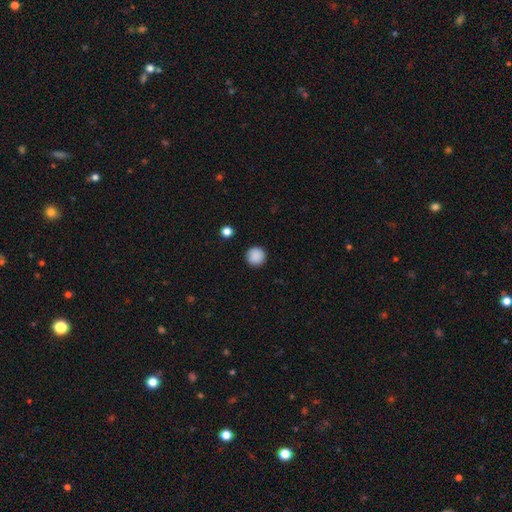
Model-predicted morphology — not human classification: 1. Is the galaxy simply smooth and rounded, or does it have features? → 89% smooth, 9% star or artifact, 2% featured or disk.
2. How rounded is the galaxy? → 96% round, 3% in between, 1% cigar-shaped.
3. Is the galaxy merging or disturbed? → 92% none, 5% minor disturbance, 2% major disturbance, 1% merger.